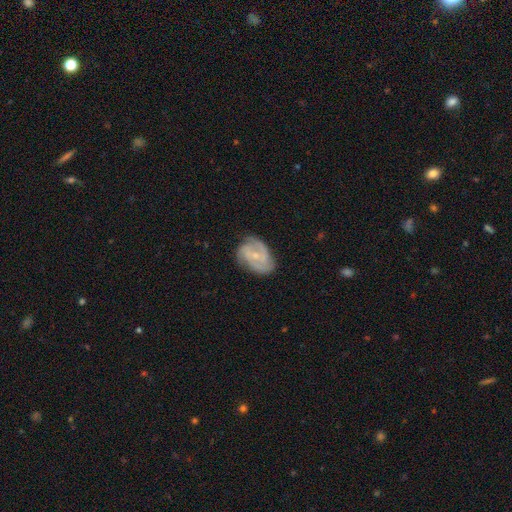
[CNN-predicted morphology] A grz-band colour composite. It shows a featured or disk galaxy (79%) with no bar (52%), 2 (40%) medium (45%) spiral arms (94%) and a small central bulge (67%). Merging: none (67%).